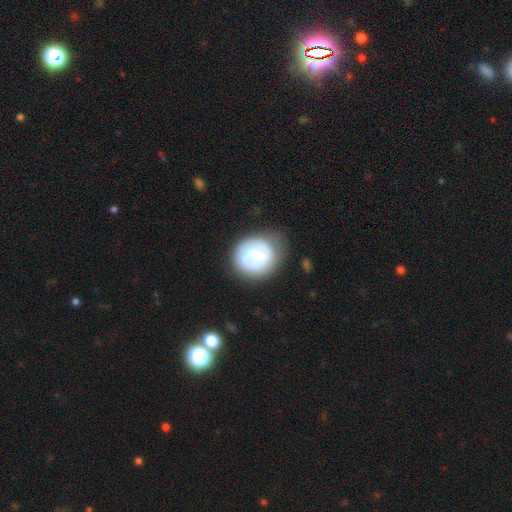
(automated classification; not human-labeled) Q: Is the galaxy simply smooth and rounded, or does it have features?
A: smooth — 48%.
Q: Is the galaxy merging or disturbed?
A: none — 58%.